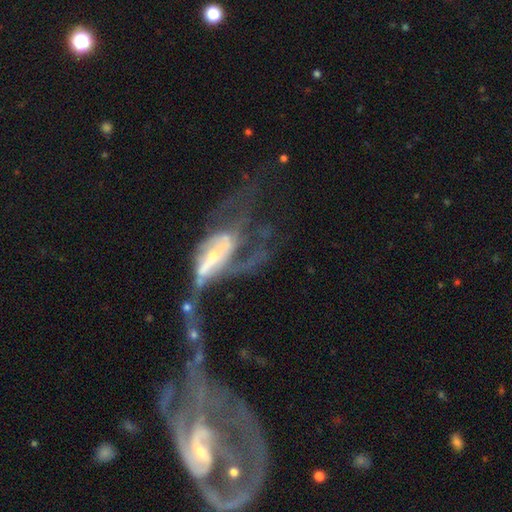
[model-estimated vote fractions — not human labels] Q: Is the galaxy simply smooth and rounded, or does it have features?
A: featured or disk — 77%.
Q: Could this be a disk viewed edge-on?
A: no — 89%.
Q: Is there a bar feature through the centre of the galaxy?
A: no — 38%.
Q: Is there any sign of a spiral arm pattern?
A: yes — 73%.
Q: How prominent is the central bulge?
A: small — 42%.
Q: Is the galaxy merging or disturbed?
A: merger — 52%.